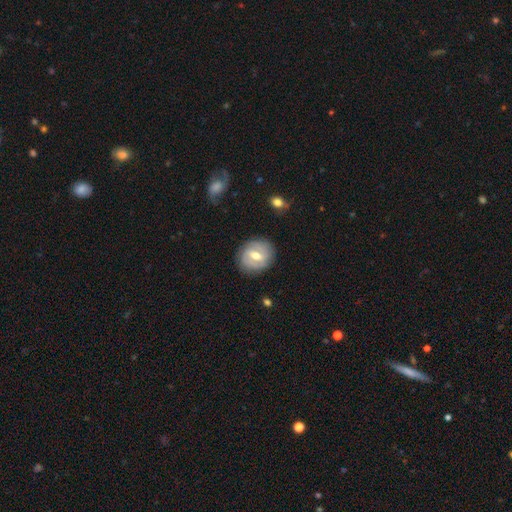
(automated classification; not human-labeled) This appears to be a featured or disk galaxy (62%) with a weak bar (51%), spiral arms (64%) and a moderate central bulge (75%). Merging: none (83%).